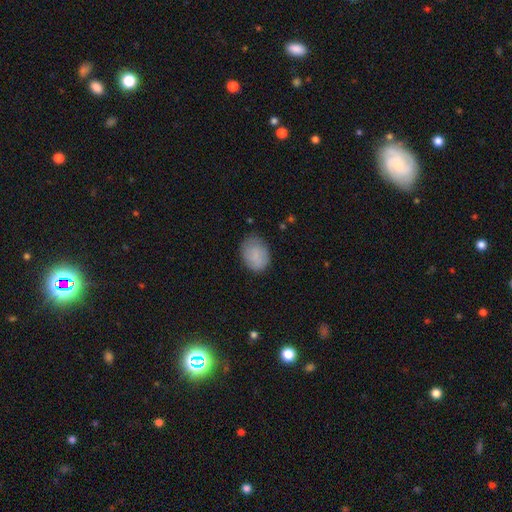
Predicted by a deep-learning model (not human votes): This appears to be a smooth galaxy with no disk features (85%) that is in between round and cigar-shaped (67%). Merging: none (72%).